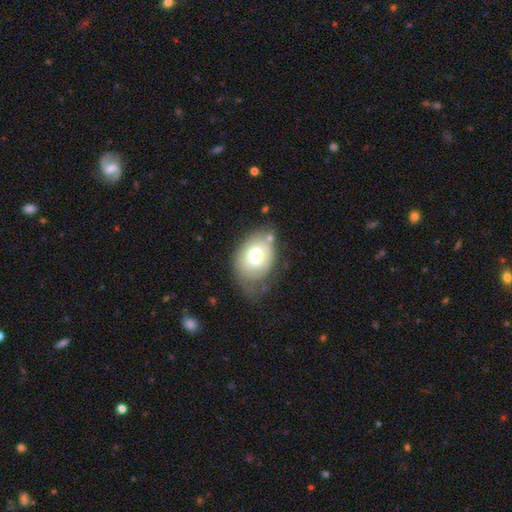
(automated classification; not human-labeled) Smooth or featured: smooth — 59% (featured or disk — 34%)
How rounded: in between — 75% (round — 24%)
Merging: none — 47% (minor disturbance — 32%)